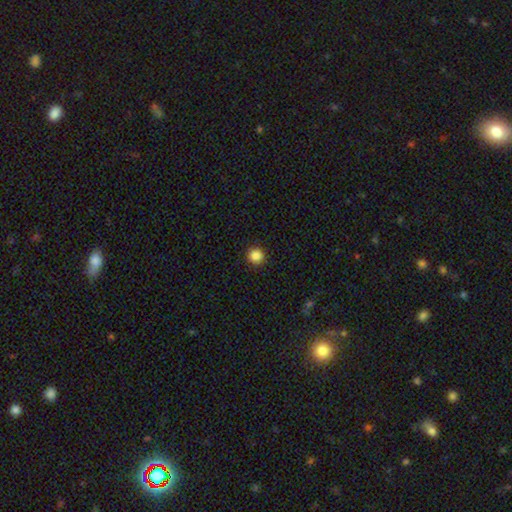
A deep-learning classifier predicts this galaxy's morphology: Smooth or featured: smooth — 86% (star or artifact — 11%)
How rounded: round — 94% (in between — 5%)
Merging: none — 91% (minor disturbance — 6%)